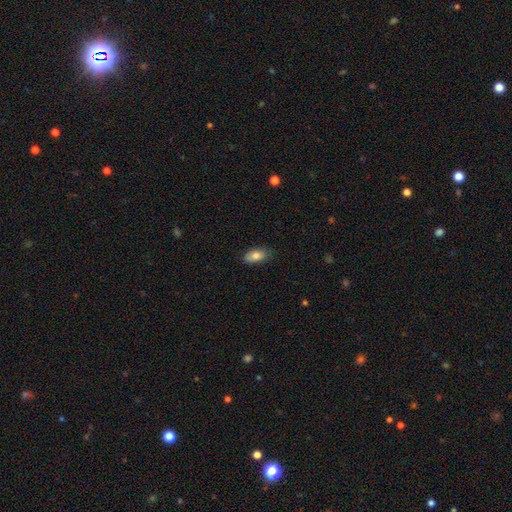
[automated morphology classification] Smooth or featured? smooth (82%)
How rounded? in between (91%)
Merging? none (81%)